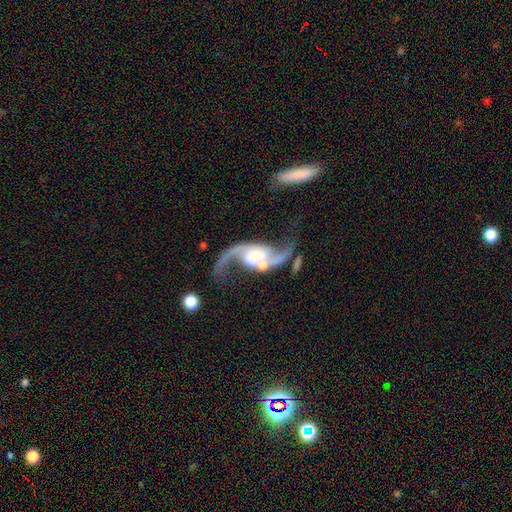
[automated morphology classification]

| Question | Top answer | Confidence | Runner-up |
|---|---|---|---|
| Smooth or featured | featured or disk | 91% | star or artifact (5%) |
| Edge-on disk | no | 97% | yes (3%) |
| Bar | no | 47% | weak (36%) |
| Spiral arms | yes | 97% | no (3%) |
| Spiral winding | loose | 80% | medium (16%) |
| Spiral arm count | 2 | 94% | 1 (2%) |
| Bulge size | small | 38% | moderate (36%) |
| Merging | none | 52% | merger (19%) |